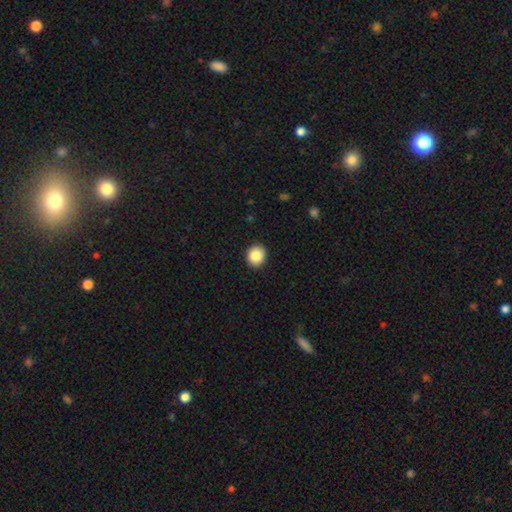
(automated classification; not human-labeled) smooth-or-featured: smooth: 87% | star or artifact: 9% | featured or disk: 5%
  how-rounded: round: 77% | in between: 22% | cigar-shaped: 1%
  merging: none: 92% | minor disturbance: 6% | major disturbance: 2% | merger: 1%